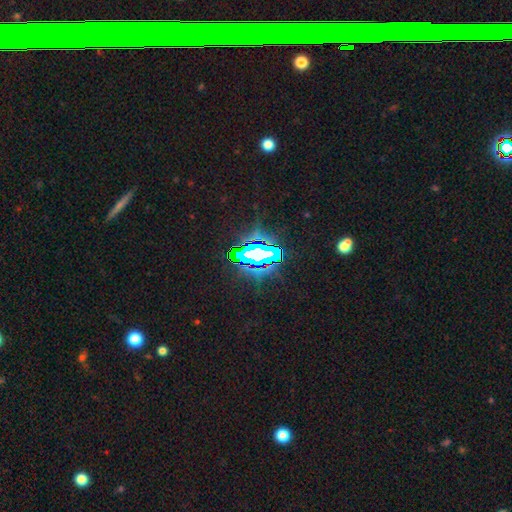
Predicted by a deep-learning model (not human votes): Smooth or featured?
  - star or artifact: 73% *
  - smooth: 13%
  - featured or disk: 13%